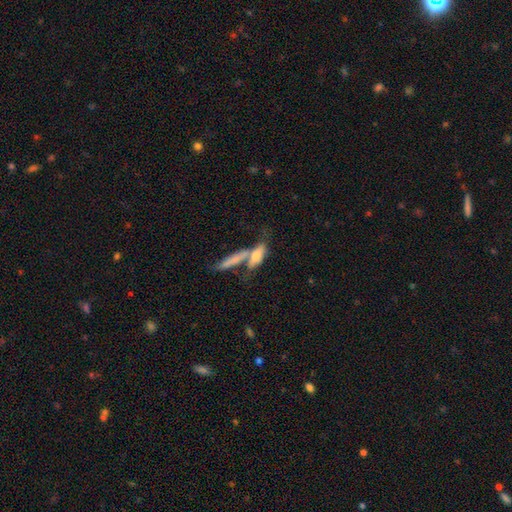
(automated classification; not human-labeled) Overall: smooth (66%; featured or disk 27%). How rounded: in between (52%; cigar-shaped 44%). Merging: merger (53%; none 29%).